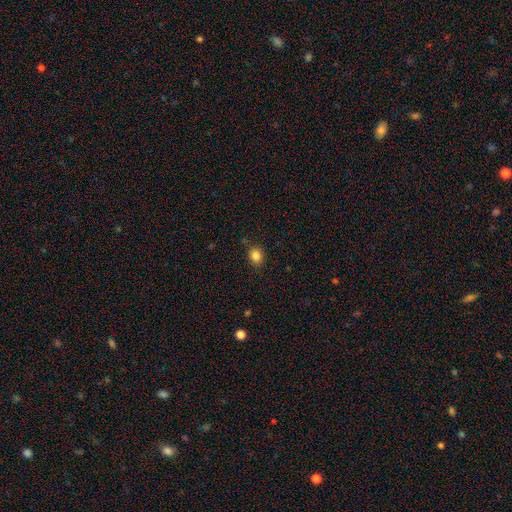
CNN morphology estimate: This is clearly a smooth galaxy (84%). How rounded: possibly round (59%). Merging: clearly none (86%).